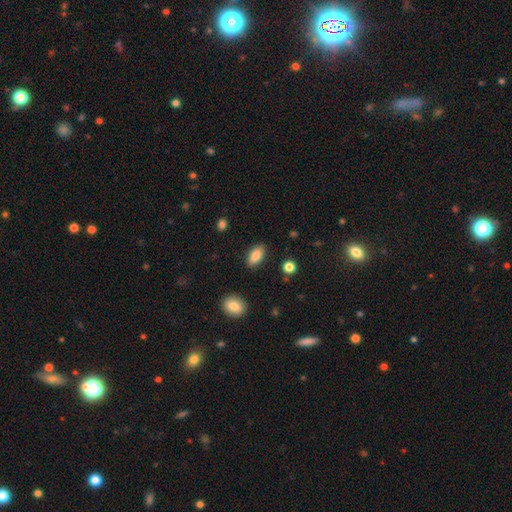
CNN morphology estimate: Q: Smooth or featured?
A: smooth (85%); runner-up: star or artifact (7%)
Q: How rounded?
A: in between (90%); runner-up: cigar-shaped (6%)
Q: Merging?
A: none (87%); runner-up: minor disturbance (9%)